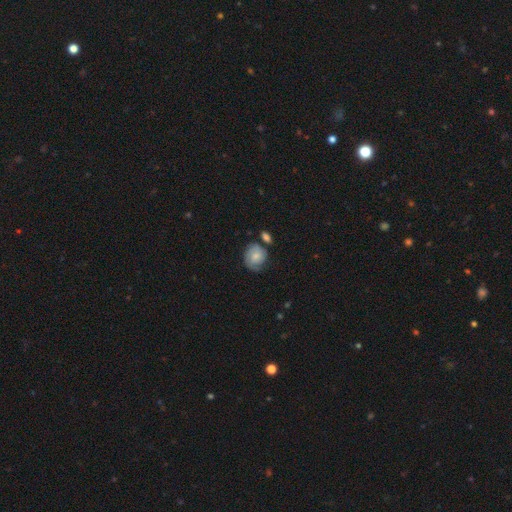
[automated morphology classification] A smooth galaxy with no disk features (50%).

Vote fractions:
- Smooth or featured? smooth: 50% / featured or disk: 43% / star or artifact: 7%
- Merging? none: 57% / minor disturbance: 25% / merger: 10% / major disturbance: 9%